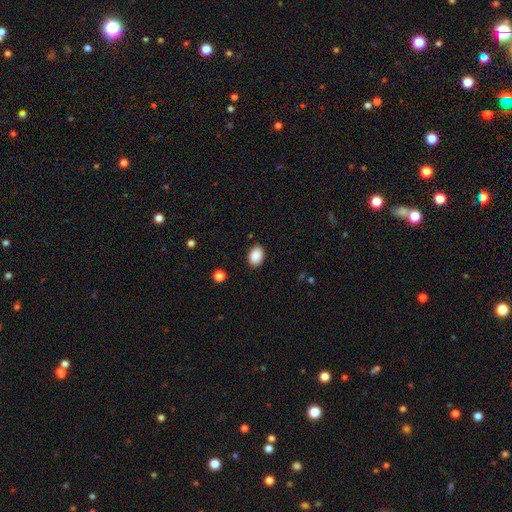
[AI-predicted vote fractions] smooth-or-featured: smooth: 89% | star or artifact: 8% | featured or disk: 3%
  how-rounded: in between: 79% | round: 20% | cigar-shaped: 1%
  merging: none: 89% | minor disturbance: 8% | major disturbance: 2% | merger: 1%